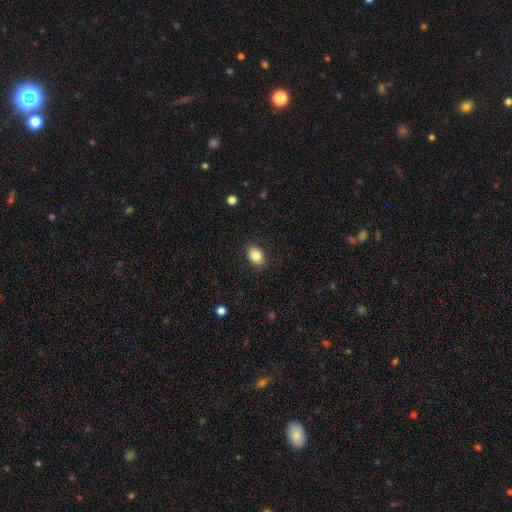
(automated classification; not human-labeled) Smooth or featured?
  - smooth: 85% *
  - star or artifact: 8%
  - featured or disk: 6%
How rounded?
  - in between: 76% *
  - round: 23%
  - cigar-shaped: 1%
Merging?
  - none: 88% *
  - minor disturbance: 9%
  - major disturbance: 2%
  - merger: 1%